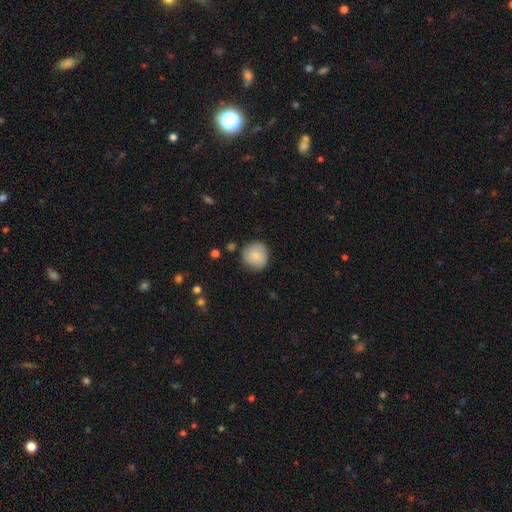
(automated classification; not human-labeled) Smooth or featured: smooth — 81% (featured or disk — 12%)
How rounded: round — 90% (in between — 9%)
Merging: none — 76% (minor disturbance — 18%)